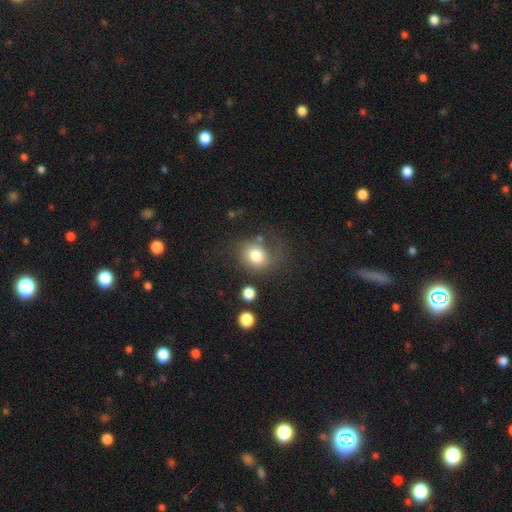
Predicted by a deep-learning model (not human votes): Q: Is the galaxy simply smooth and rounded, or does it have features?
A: smooth — 77%.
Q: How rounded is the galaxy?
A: round — 69%.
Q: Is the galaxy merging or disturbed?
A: none — 53%.